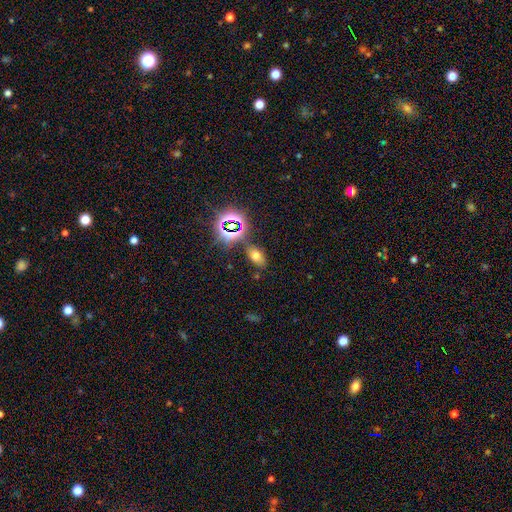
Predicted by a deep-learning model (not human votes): smooth 60%, star or artifact 29%, featured or disk 12%. Down the decision tree: how rounded — in between (87%); merging — none (79%).